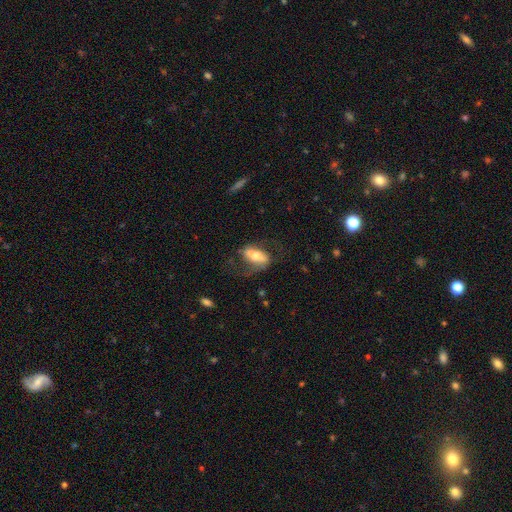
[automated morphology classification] Smooth or featured: featured or disk — 49% (smooth — 43%)
Merging: none — 43% (major disturbance — 24%)